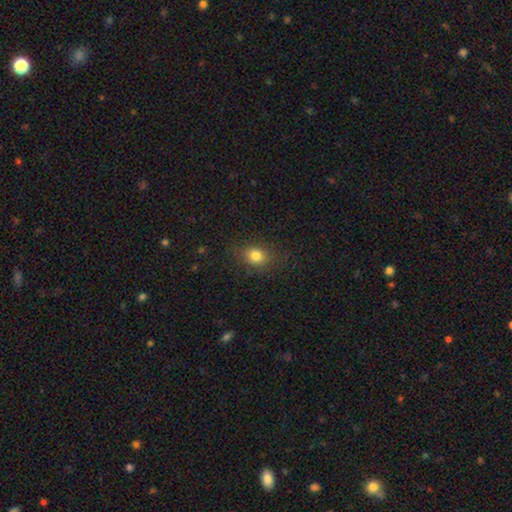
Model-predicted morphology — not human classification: Smooth or featured: smooth — 80% (star or artifact — 13%)
How rounded: round — 54% (in between — 45%)
Merging: none — 82% (minor disturbance — 13%)